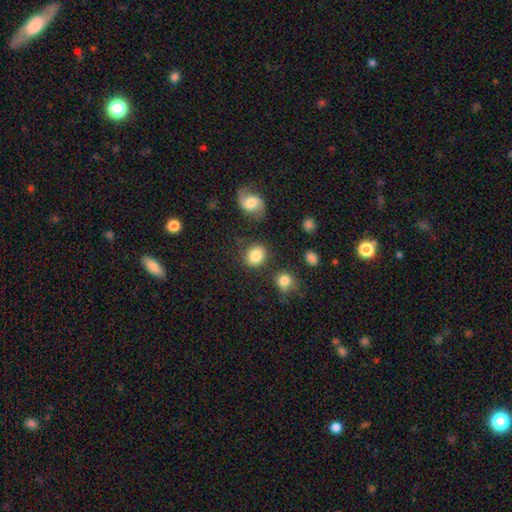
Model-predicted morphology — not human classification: This is clearly a smooth galaxy (84%). How rounded: likely round (68%). Merging: likely none (78%).